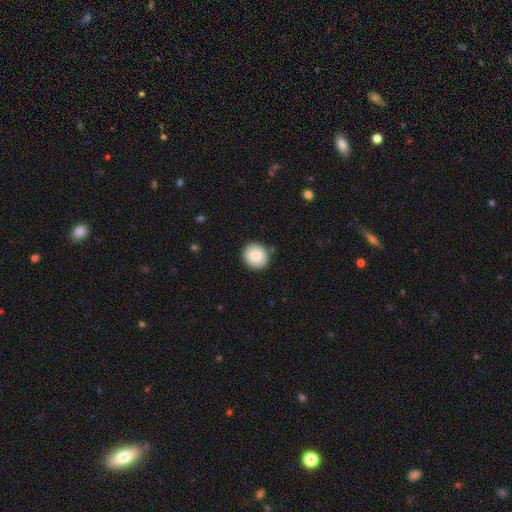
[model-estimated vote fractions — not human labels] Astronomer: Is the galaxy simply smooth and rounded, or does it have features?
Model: smooth — 83%.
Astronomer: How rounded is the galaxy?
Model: round — 86%.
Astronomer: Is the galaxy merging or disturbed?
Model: none — 88%.